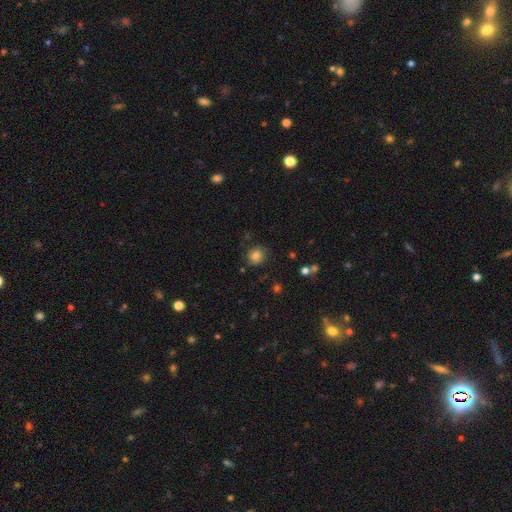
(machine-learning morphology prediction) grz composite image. It shows a smooth galaxy with no disk features (75%) that is round (76%). Merging: none (78%).